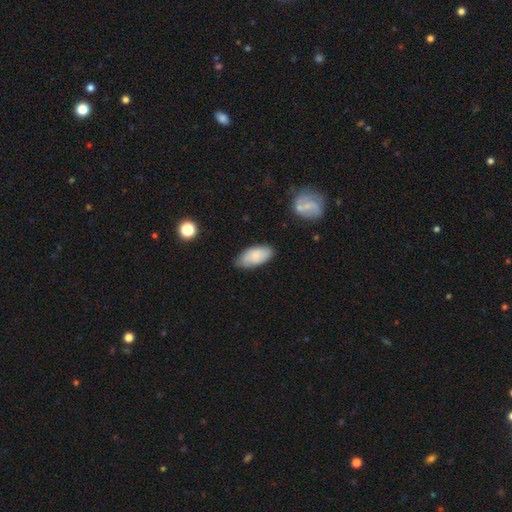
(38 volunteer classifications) smooth_or_featured: smooth (p=0.55) [alt: featured or disk p=0.37]
how_rounded: in between (p=0.95) [alt: cigar-shaped p=0.05]
merging: none (p=0.77) [alt: minor disturbance p=0.23]